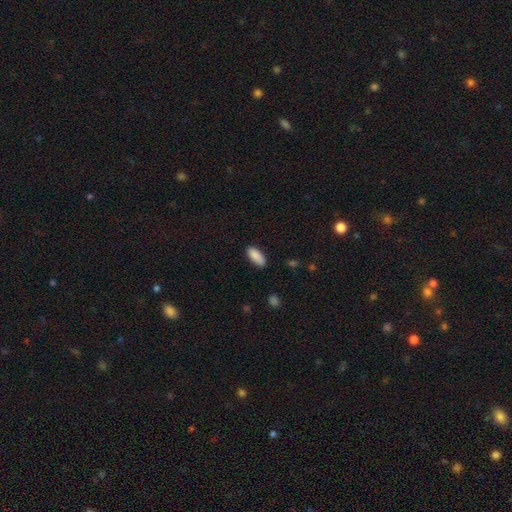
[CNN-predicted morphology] The model was most divided on "merging": none: 82%, minor disturbance: 14%, major disturbance: 3%, merger: 1%. More confident: smooth or featured — smooth (89%); how rounded — in between (86%).